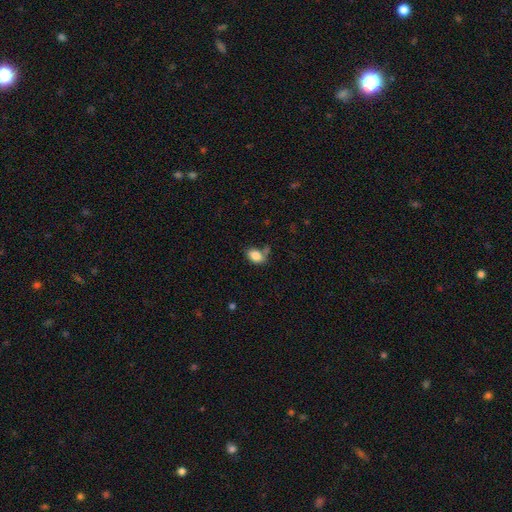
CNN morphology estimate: Overall: smooth (85%). How rounded: in between (87%). Merging: none (59%; minor disturbance 20%).